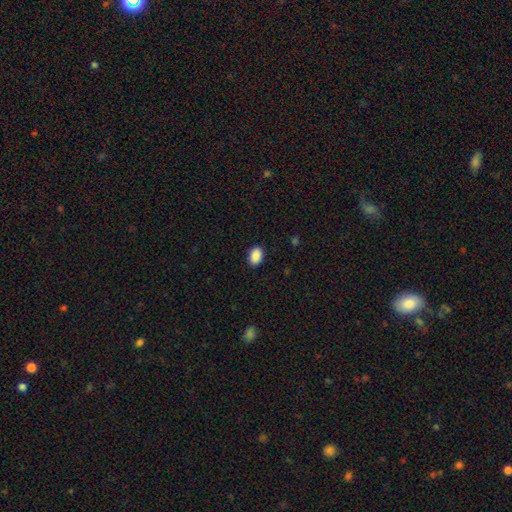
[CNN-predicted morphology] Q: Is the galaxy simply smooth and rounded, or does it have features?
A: smooth — 90%.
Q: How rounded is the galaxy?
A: in between — 84%.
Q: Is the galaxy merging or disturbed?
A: none — 89%.